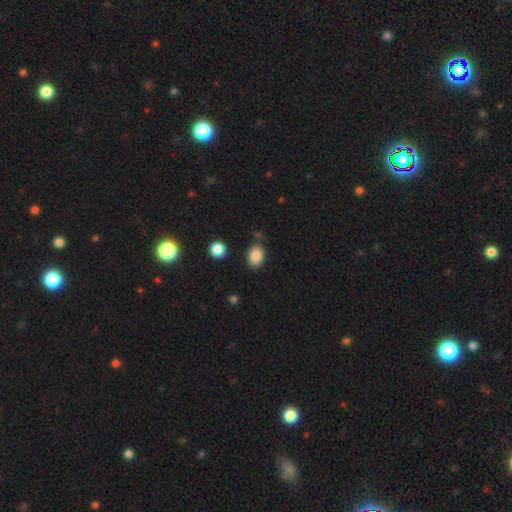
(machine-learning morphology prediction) Smooth or featured? smooth (86%)
How rounded? in between (70%)
Merging? none (78%)